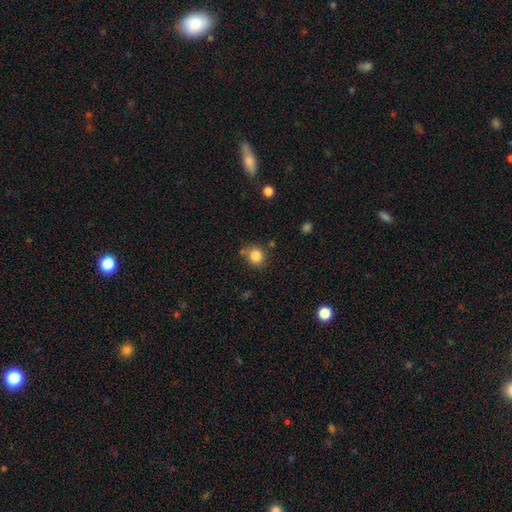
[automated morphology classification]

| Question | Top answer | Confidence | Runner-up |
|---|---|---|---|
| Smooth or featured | smooth | 83% | star or artifact (11%) |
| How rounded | round | 83% | in between (16%) |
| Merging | none | 74% | minor disturbance (14%) |